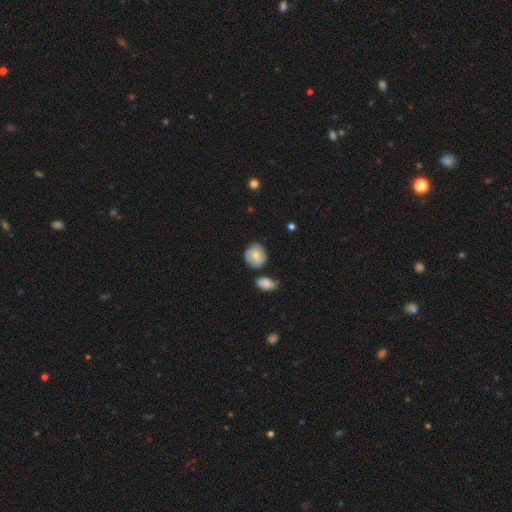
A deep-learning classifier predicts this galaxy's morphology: A smooth galaxy with no disk features (65%) that is round (75%).

Vote fractions:
- Smooth or featured? smooth: 65% / featured or disk: 28% / star or artifact: 7%
- How rounded? round: 75% / in between: 24% / cigar-shaped: 1%
- Merging? none: 68% / minor disturbance: 20% / merger: 7% / major disturbance: 4%